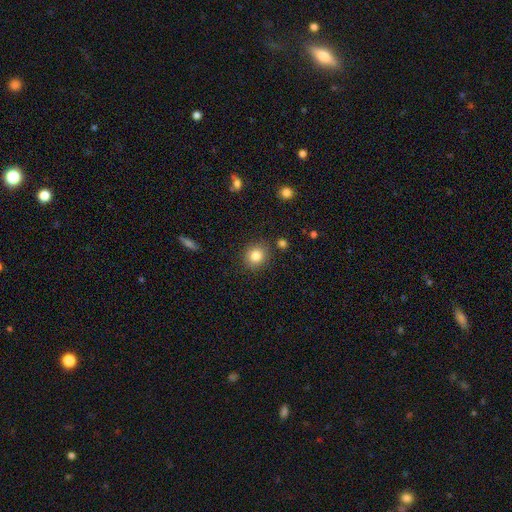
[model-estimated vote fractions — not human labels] smooth 83%, star or artifact 10%, featured or disk 7%. Down the decision tree: how rounded — round (80%); merging — none (87%).